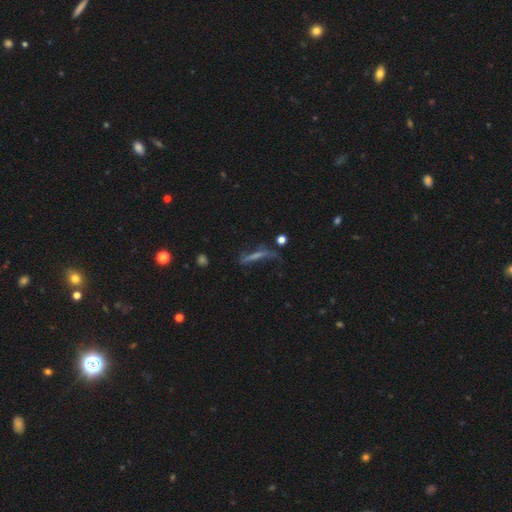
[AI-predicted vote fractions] This appears to be a featured or disk galaxy (42%). Merging: none (46%).